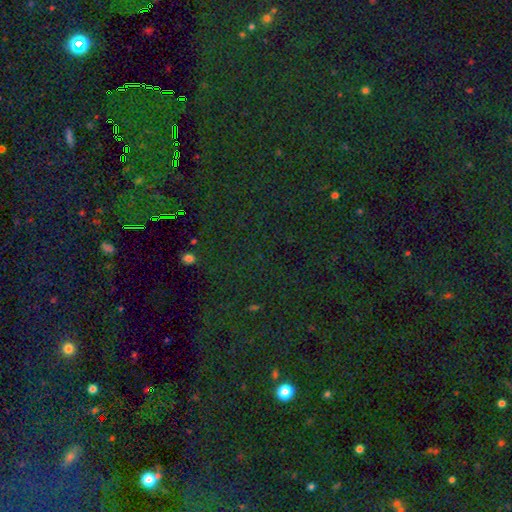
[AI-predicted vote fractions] Overall: star or artifact (82%).